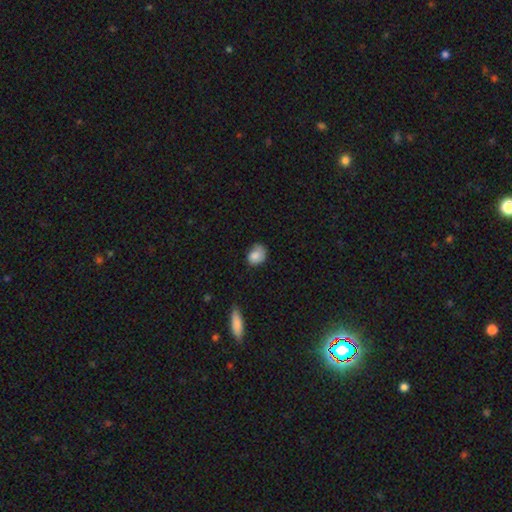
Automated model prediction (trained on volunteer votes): Smooth or featured? Predicted: smooth (p=0.83). How rounded? Predicted: in between (p=0.56). Merging? Predicted: none (p=0.52).